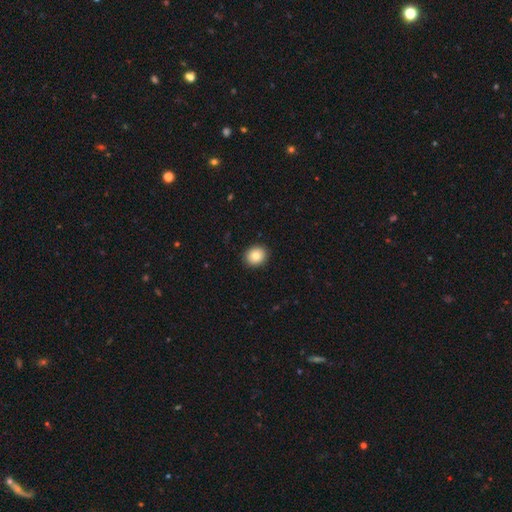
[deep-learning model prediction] Smooth or featured? Predicted: smooth (p=0.82). How rounded? Predicted: round (p=0.79). Merging? Predicted: none (p=0.92).